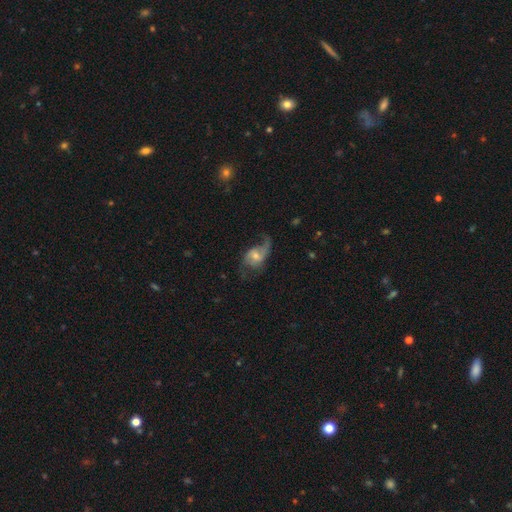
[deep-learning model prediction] The model was most divided on "bulge size": moderate: 49%, small: 43%, large: 4%, none: 3%, dominant: 1%. Remaining: edge-on disk — no (97%); spiral arms — yes (89%); spiral winding — loose (70%); smooth or featured — featured or disk (68%); spiral arm count — 2 (63%); bar — no (51%); merging — none (41%).